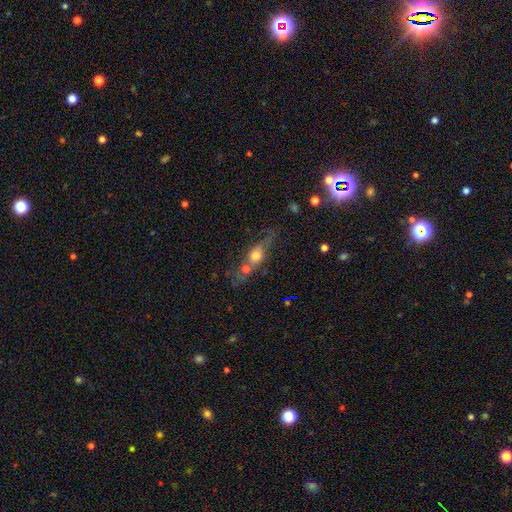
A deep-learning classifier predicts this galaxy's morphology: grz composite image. It shows a smooth galaxy with no disk features (52%) that is in between round and cigar-shaped (46%). Merging: none (38%).